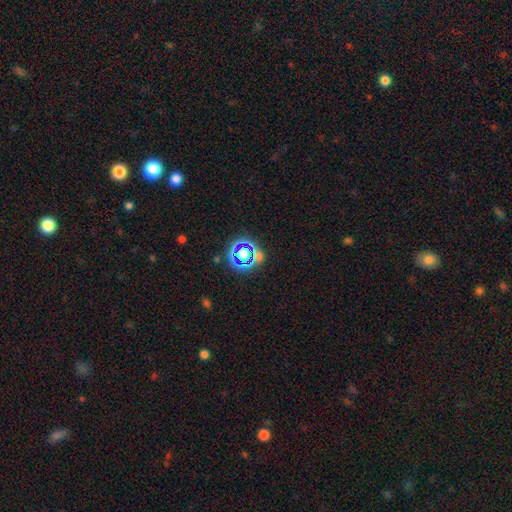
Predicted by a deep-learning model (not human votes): This is likely a star or artifact rather than a galaxy (70%).